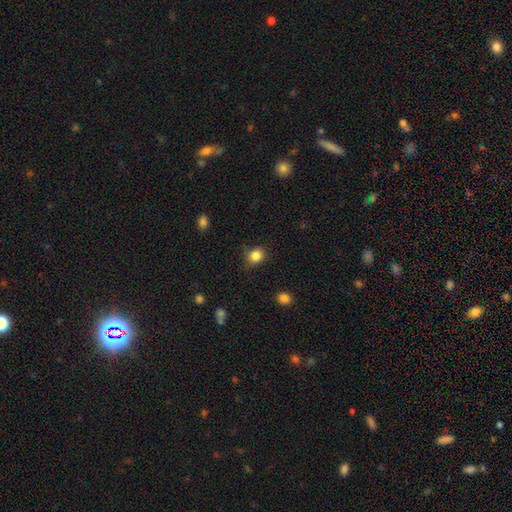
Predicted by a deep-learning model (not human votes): Smooth or featured?
  - smooth: 85% *
  - star or artifact: 10%
  - featured or disk: 5%
How rounded?
  - round: 67% *
  - in between: 32%
  - cigar-shaped: 1%
Merging?
  - none: 74% *
  - minor disturbance: 20%
  - major disturbance: 4%
  - merger: 2%